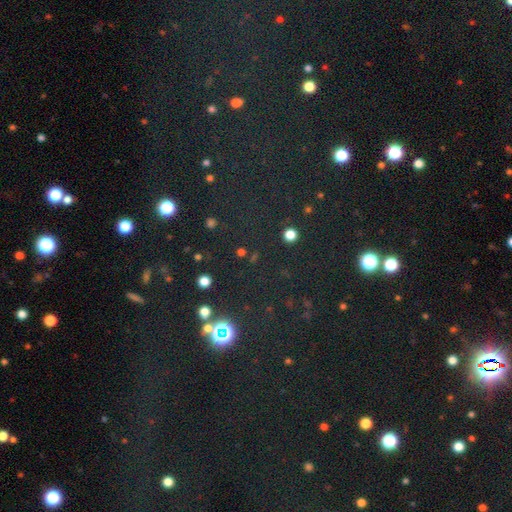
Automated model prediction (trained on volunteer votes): Smooth or featured: star or artifact — 77% (smooth — 15%)